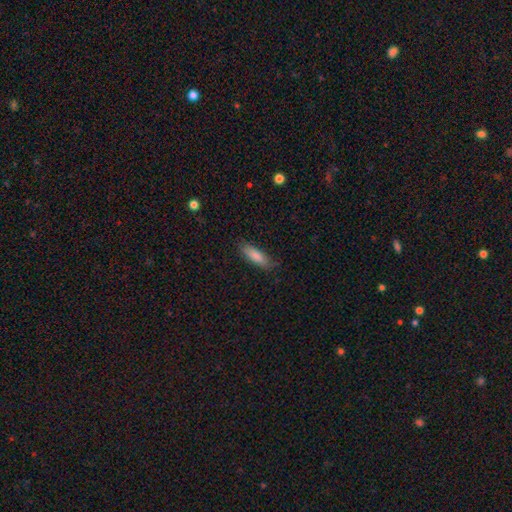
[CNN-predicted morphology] smooth_or_featured: smooth (p=0.84) [alt: featured or disk p=0.10]
how_rounded: in between (p=0.55) [alt: cigar-shaped p=0.44]
merging: none (p=0.79) [alt: minor disturbance p=0.17]